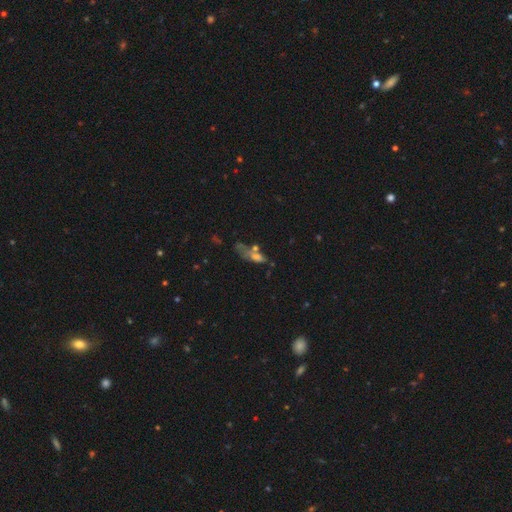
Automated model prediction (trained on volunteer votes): smooth 50%, featured or disk 30%, star or artifact 20%. Down the decision tree: how rounded — in between (67%); merging — merger (29%).